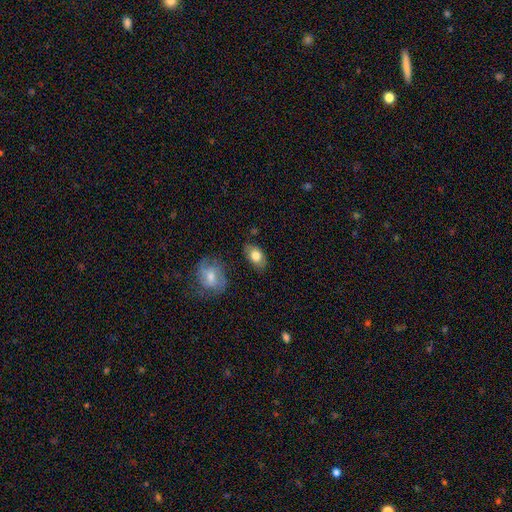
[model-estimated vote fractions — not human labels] The model was most divided on "merging": none: 76%, minor disturbance: 17%, major disturbance: 4%, merger: 3%. More confident: how rounded — in between (87%); smooth or featured — smooth (77%).